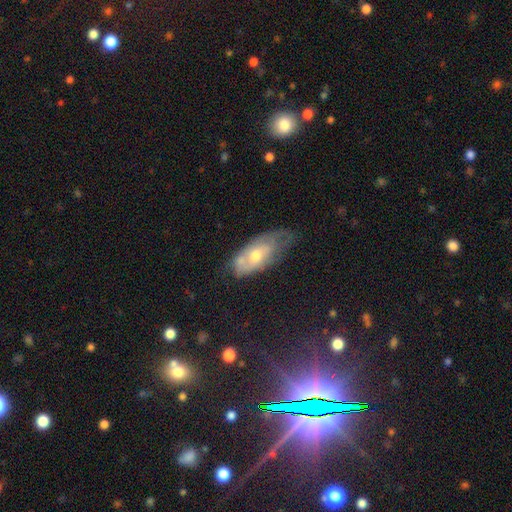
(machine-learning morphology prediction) featured or disk 50%, smooth 42%, star or artifact 8%. Down the decision tree: edge-on disk — no (85%); merging — none (39%).